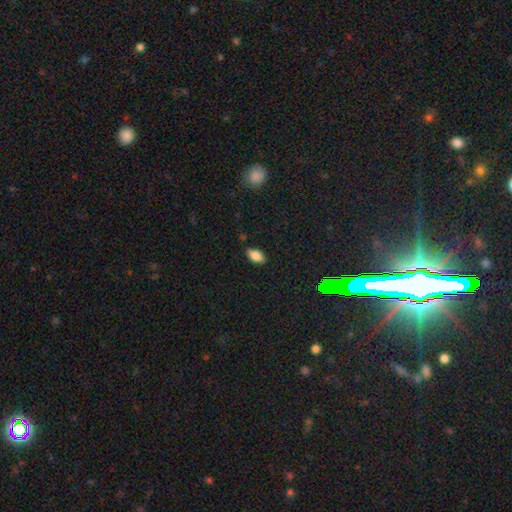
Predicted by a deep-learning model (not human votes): Smooth or featured? smooth (84%)
How rounded? in between (92%)
Merging? none (85%)